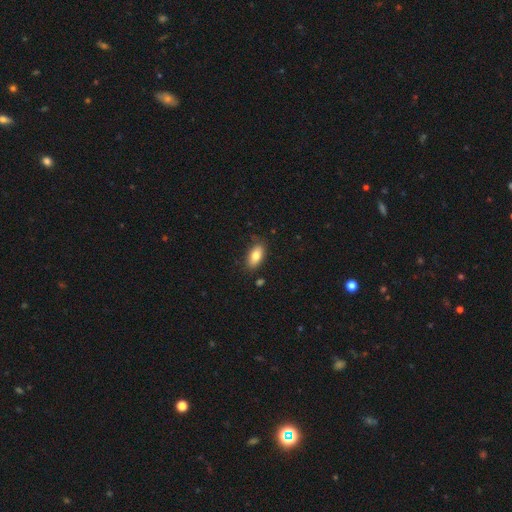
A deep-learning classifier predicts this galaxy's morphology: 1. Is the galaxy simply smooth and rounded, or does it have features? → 80% smooth, 13% featured or disk, 7% star or artifact.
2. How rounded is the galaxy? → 90% in between, 6% cigar-shaped, 4% round.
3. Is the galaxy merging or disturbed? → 81% none, 14% minor disturbance, 3% major disturbance, 2% merger.